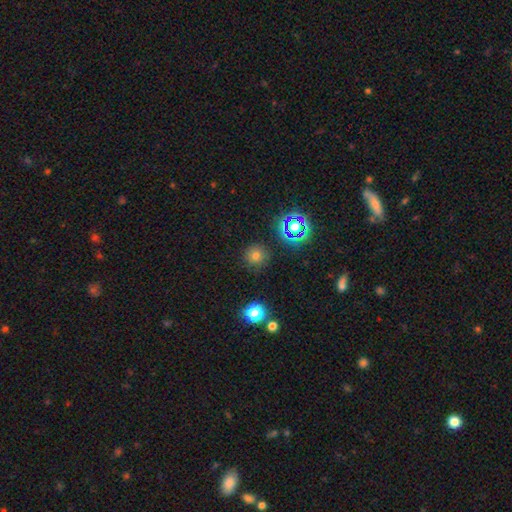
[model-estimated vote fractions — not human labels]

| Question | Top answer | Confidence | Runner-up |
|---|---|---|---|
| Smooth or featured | smooth | 69% | star or artifact (24%) |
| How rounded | round | 94% | in between (5%) |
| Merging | none | 88% | minor disturbance (7%) |